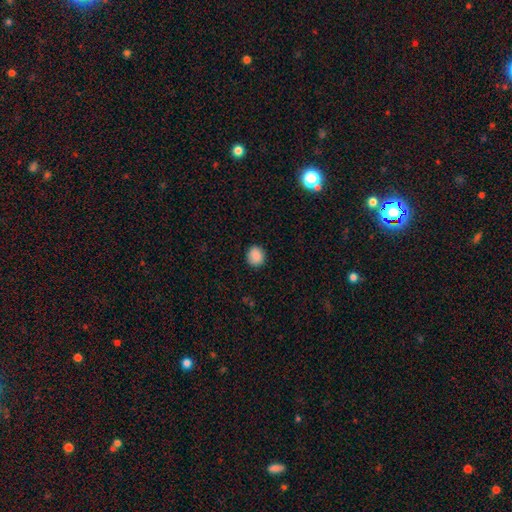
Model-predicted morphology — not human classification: smooth-or-featured: smooth: 88% | star or artifact: 8% | featured or disk: 3%
  how-rounded: round: 80% | in between: 19% | cigar-shaped: 1%
  merging: none: 89% | minor disturbance: 8% | major disturbance: 2% | merger: 1%